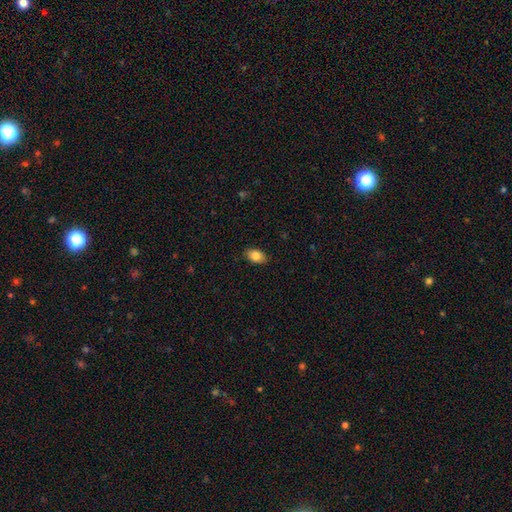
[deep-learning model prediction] Morphology: type=smooth (85%); roundness=in between (89%); merging=none (88%).